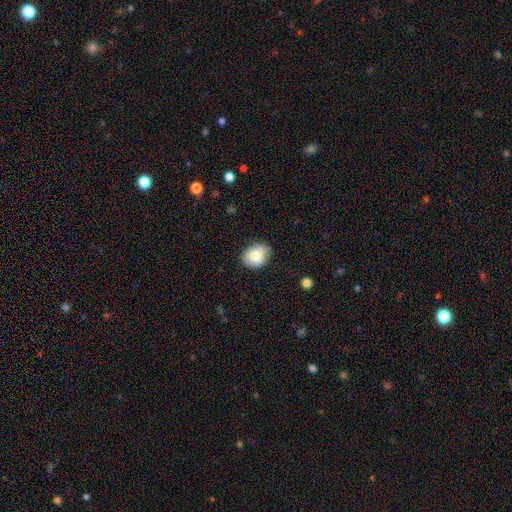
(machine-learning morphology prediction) This appears to be a smooth galaxy with no disk features (77%) that is in between round and cigar-shaped (60%). Merging: none (73%).